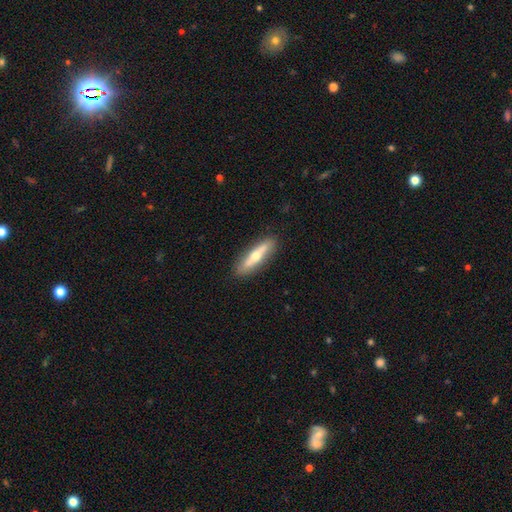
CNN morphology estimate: This is possibly a featured or disk galaxy (49%). Merging: clearly none (88%).